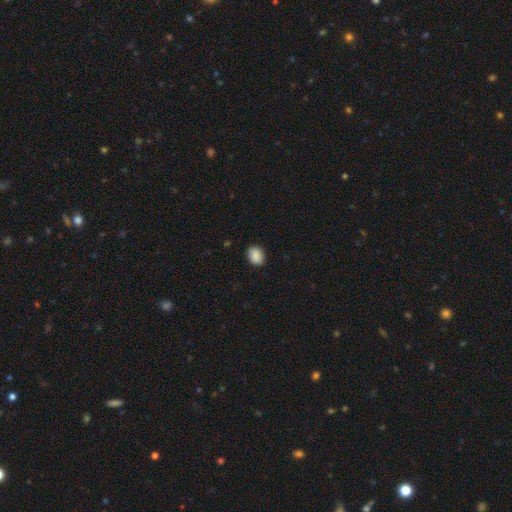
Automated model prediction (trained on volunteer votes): Morphology: type=smooth (89%); roundness=in between (64%); merging=none (86%).